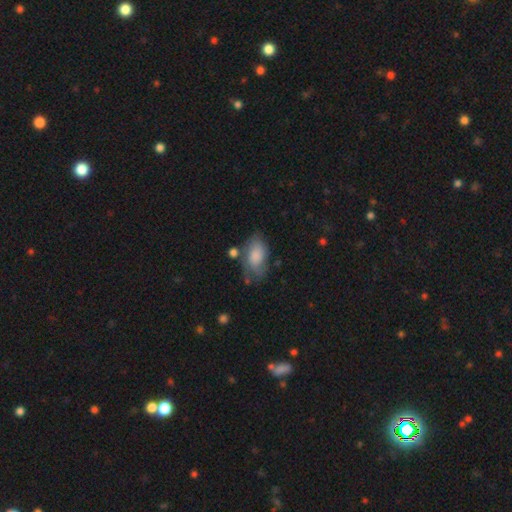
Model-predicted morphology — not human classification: This appears to be a smooth galaxy with no disk features (76%) that is in between round and cigar-shaped (91%). Merging: none (49%).